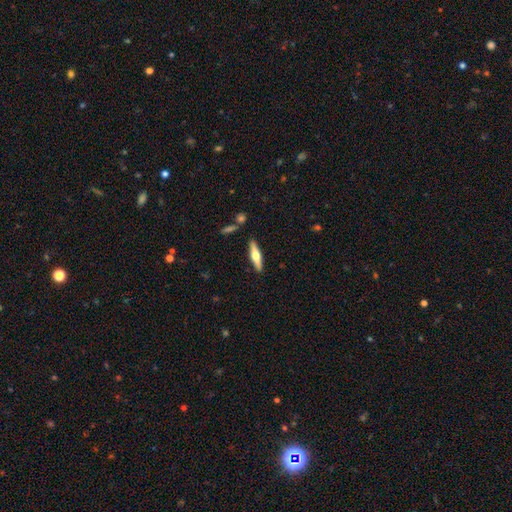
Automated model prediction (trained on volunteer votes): A featured or disk galaxy (59%) viewed edge-on (95%) with a rounded central bulge (94%). Merging: none (89%).